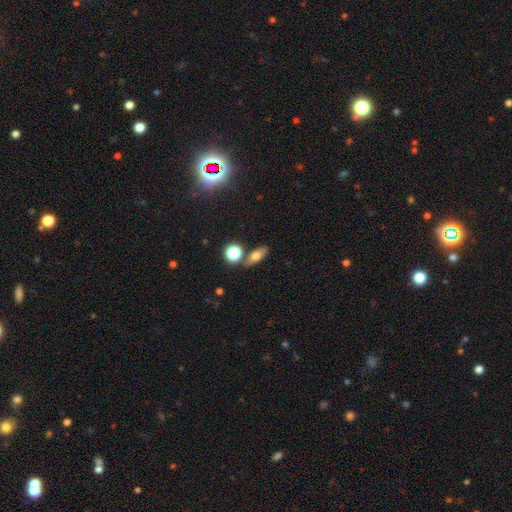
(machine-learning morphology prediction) Q: Smooth or featured?
A: smooth (62%); runner-up: featured or disk (23%)
Q: How rounded?
A: in between (64%); runner-up: cigar-shaped (20%)
Q: Merging?
A: none (76%); runner-up: minor disturbance (11%)